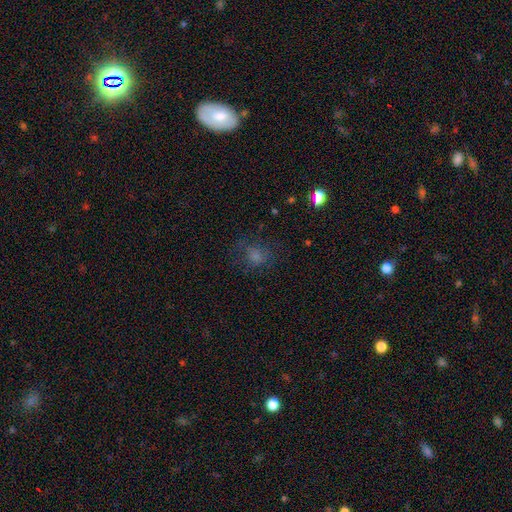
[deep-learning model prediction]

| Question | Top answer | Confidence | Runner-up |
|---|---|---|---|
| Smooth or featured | smooth | 62% | star or artifact (22%) |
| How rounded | round | 61% | in between (37%) |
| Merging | none | 63% | minor disturbance (18%) |